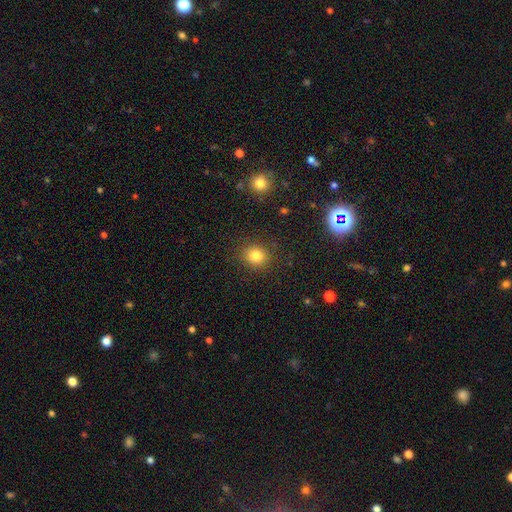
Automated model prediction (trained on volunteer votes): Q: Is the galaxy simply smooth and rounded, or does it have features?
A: smooth — 81%.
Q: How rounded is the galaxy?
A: round — 78%.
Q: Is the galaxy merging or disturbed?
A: none — 88%.